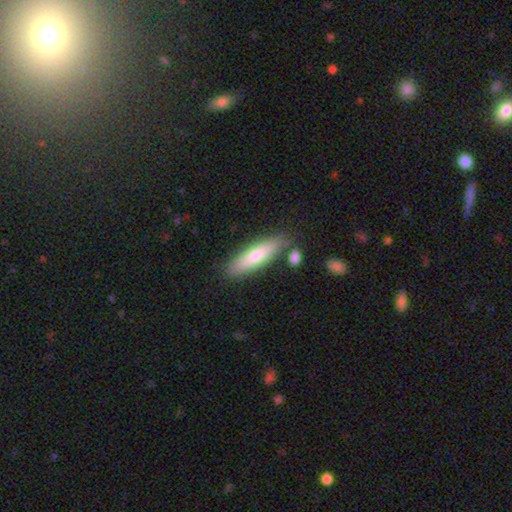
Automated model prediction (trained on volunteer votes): Smooth or featured?
  - smooth: 71% *
  - featured or disk: 24%
  - star or artifact: 6%
How rounded?
  - cigar-shaped: 69% *
  - in between: 29%
  - round: 2%
Merging?
  - none: 78% *
  - minor disturbance: 12%
  - merger: 6%
  - major disturbance: 3%